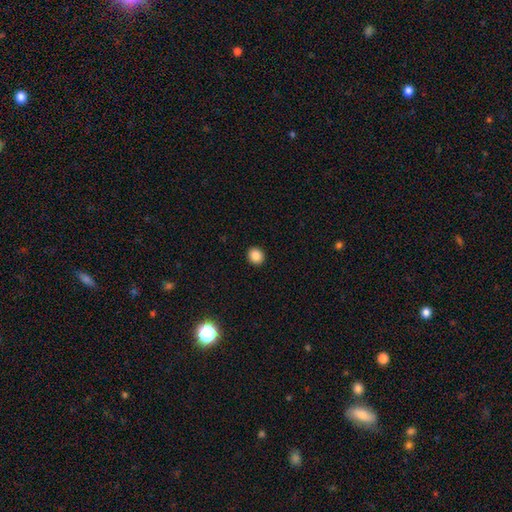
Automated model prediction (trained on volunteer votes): smooth 86%, star or artifact 10%, featured or disk 4%. Down the decision tree: how rounded — round (86%); merging — none (93%).